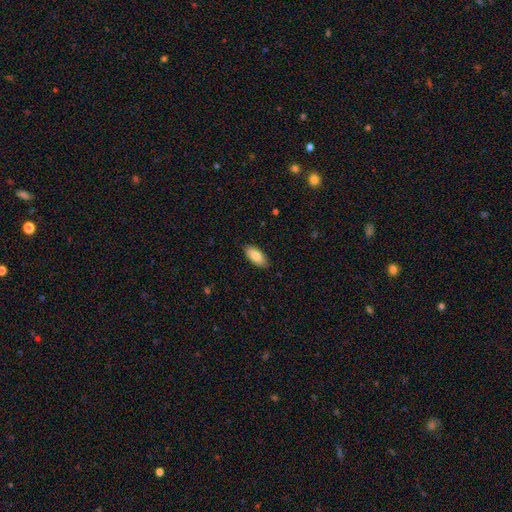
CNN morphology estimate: Smooth or featured? Predicted: smooth (p=0.82). How rounded? Predicted: in between (p=0.90). Merging? Predicted: none (p=0.87).